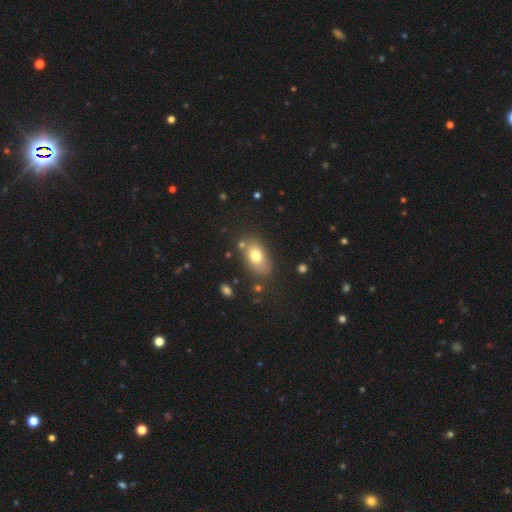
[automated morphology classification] Smooth or featured: smooth — 74% (featured or disk — 16%)
How rounded: in between — 85% (round — 12%)
Merging: none — 72% (minor disturbance — 17%)